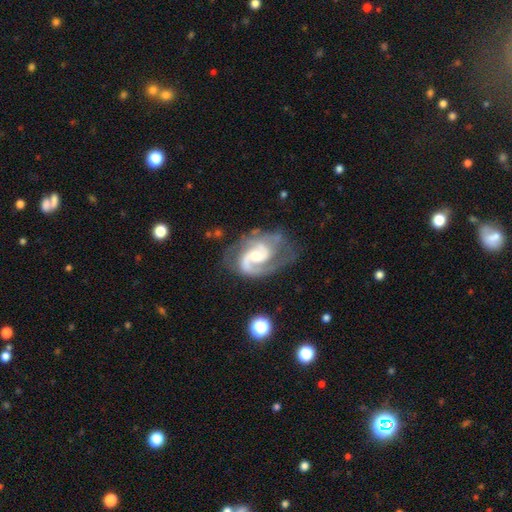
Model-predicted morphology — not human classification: smooth_or_featured: featured or disk (p=0.90) [alt: smooth p=0.05]
disk_edge_on: no (p=0.98) [alt: yes p=0.02]
bar: no (p=0.45) [alt: weak p=0.43]
has_spiral_arms: yes (p=0.98) [alt: no p=0.02]
spiral_winding: medium (p=0.54) [alt: tight p=0.30]
spiral_arm_count: 2 (p=0.80) [alt: 1 p=0.07]
bulge_size: moderate (p=0.48) [alt: small p=0.40]
merging: none (p=0.61) [alt: minor disturbance p=0.21]